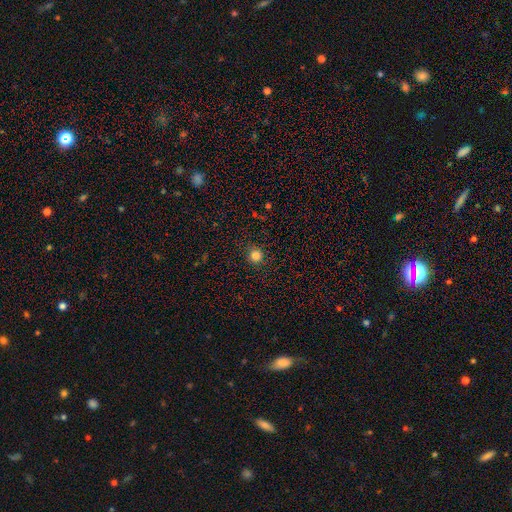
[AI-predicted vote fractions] The model was most divided on "smooth or featured": smooth: 82%, star or artifact: 14%, featured or disk: 4%. More confident: how rounded — round (94%); merging — none (91%).